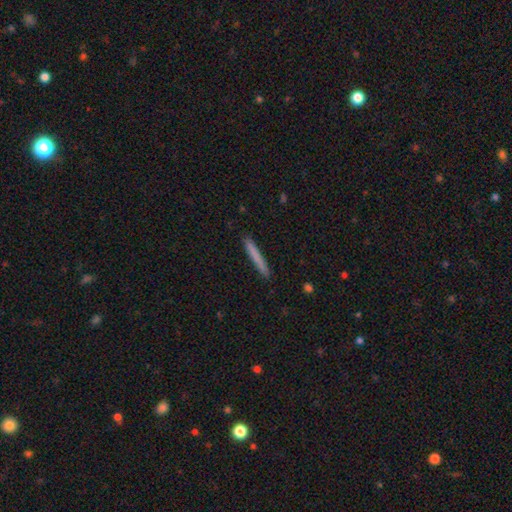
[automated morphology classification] The model was most divided on "smooth or featured": smooth: 77%, featured or disk: 18%, star or artifact: 6%. More confident: how rounded — cigar-shaped (97%); merging — none (91%).